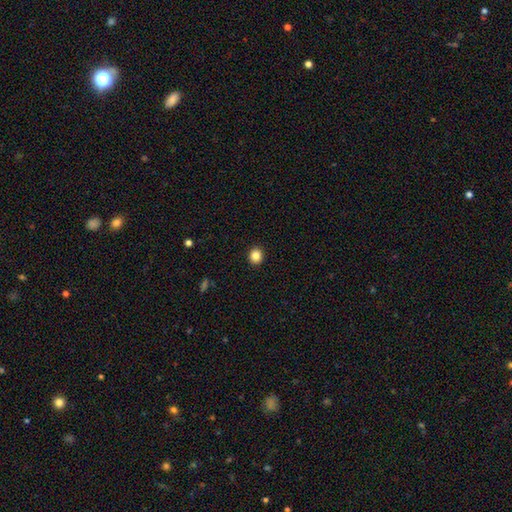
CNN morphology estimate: Overall: smooth (84%). How rounded: round (75%). Merging: none (93%).